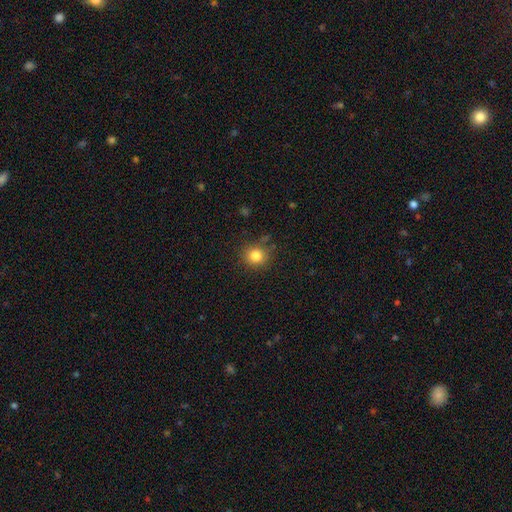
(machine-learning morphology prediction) This is clearly a smooth galaxy (82%). How rounded: clearly round (89%). Merging: clearly none (83%).